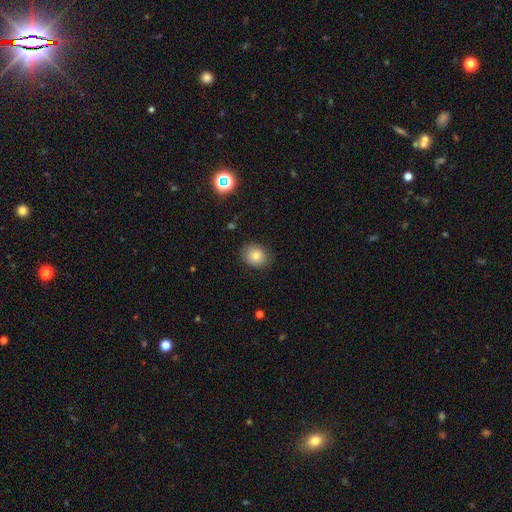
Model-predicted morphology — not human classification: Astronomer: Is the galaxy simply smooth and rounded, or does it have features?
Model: smooth — 81%.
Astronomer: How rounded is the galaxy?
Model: round — 61% (runner-up: in between, 38%).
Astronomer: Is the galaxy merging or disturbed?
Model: none — 84%.